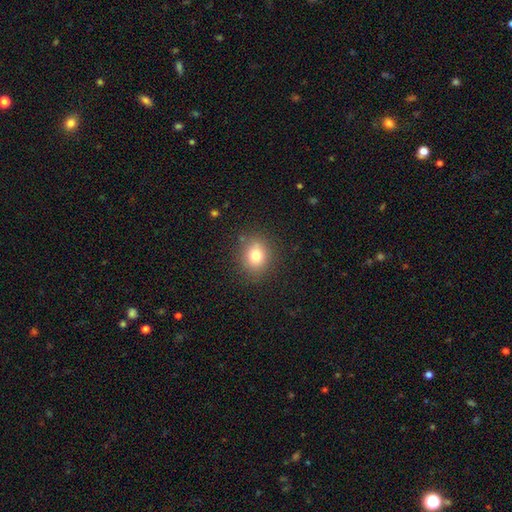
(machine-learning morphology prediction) smooth_or_featured: smooth (p=0.77) [alt: star or artifact p=0.13]
how_rounded: round (p=0.70) [alt: in between p=0.29]
merging: none (p=0.85) [alt: minor disturbance p=0.10]